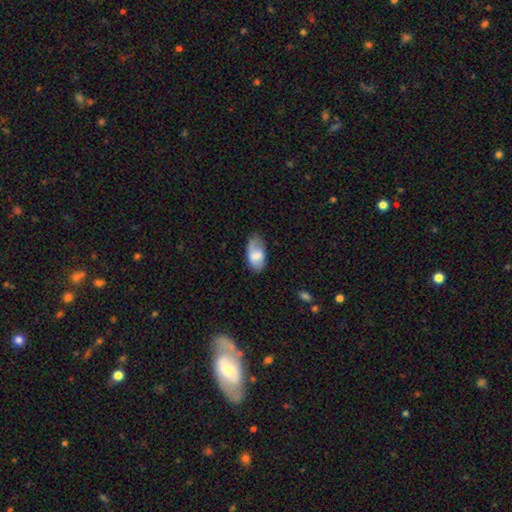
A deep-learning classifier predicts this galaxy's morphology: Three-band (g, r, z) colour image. It shows a smooth galaxy with no disk features (68%) that is in between round and cigar-shaped (94%). Merging: none (59%).